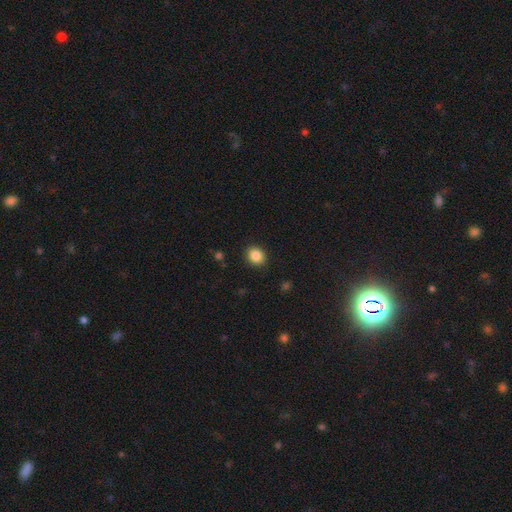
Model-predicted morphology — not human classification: Smooth or featured: smooth — 87% (star or artifact — 9%)
How rounded: round — 59% (in between — 40%)
Merging: none — 89% (minor disturbance — 8%)